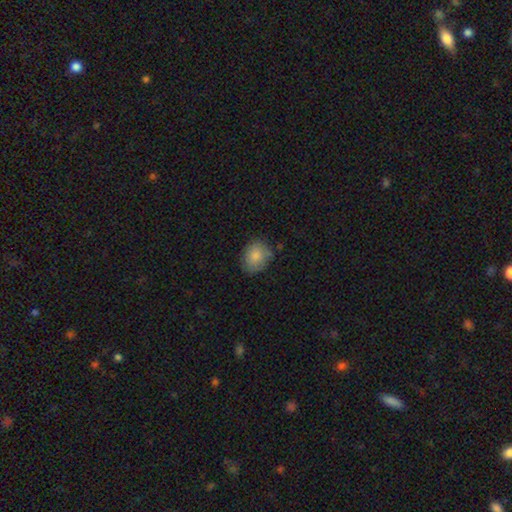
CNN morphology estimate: The model was most divided on "how rounded": round: 53%, in between: 46%, cigar-shaped: 1%. More confident: smooth or featured — smooth (83%); merging — none (69%).